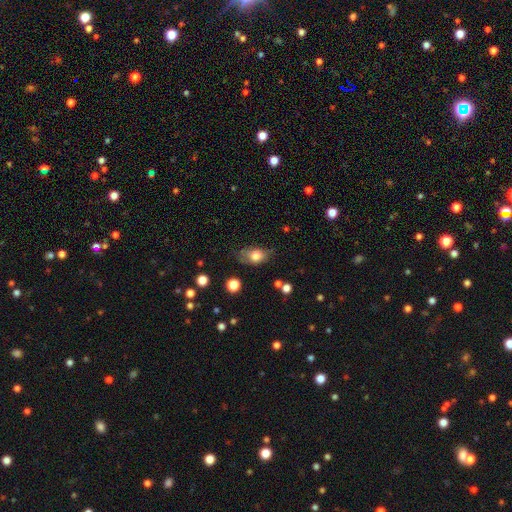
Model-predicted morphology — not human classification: The model was most divided on "merging": none: 57%, minor disturbance: 30%, major disturbance: 10%, merger: 3%. More confident: how rounded — in between (82%); smooth or featured — smooth (73%).